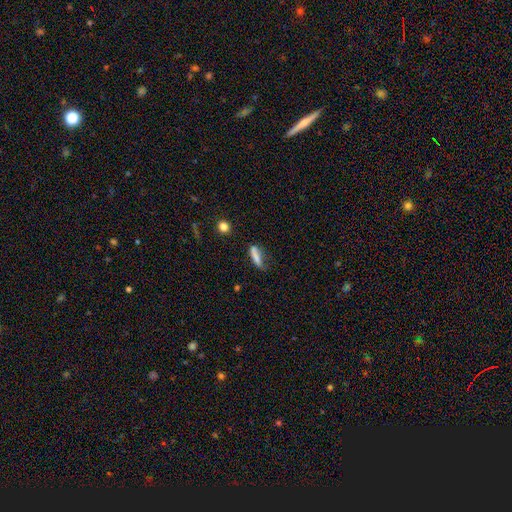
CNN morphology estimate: This is likely a smooth galaxy (77%). How rounded: likely cigar-shaped (69%). Merging: possibly none (55%).